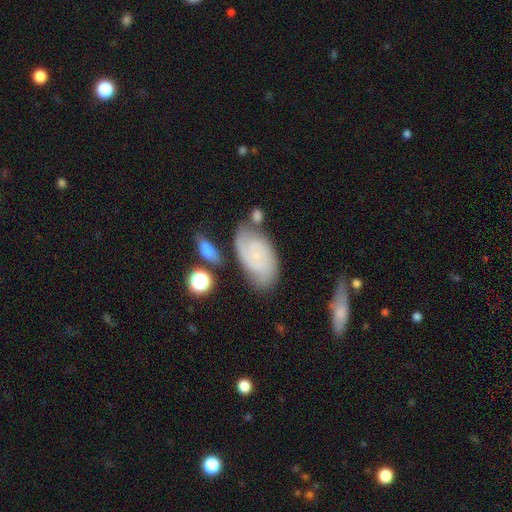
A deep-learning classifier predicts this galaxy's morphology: A featured or disk galaxy (57%) with no bar (72%), spiral arms (88%) and a small central bulge (68%).

Vote fractions:
- Smooth or featured? featured or disk: 57% / smooth: 35% / star or artifact: 9%
- Edge-on disk? no: 94% / yes: 6%
- Bar? no: 72% / weak: 24% / strong: 4%
- Spiral arms? yes: 88% / no: 12%
- Bulge size? small: 68% / none: 21% / moderate: 8% / large: 1% / dominant: 1%
- Merging? none: 60% / minor disturbance: 23% / merger: 9% / major disturbance: 8%